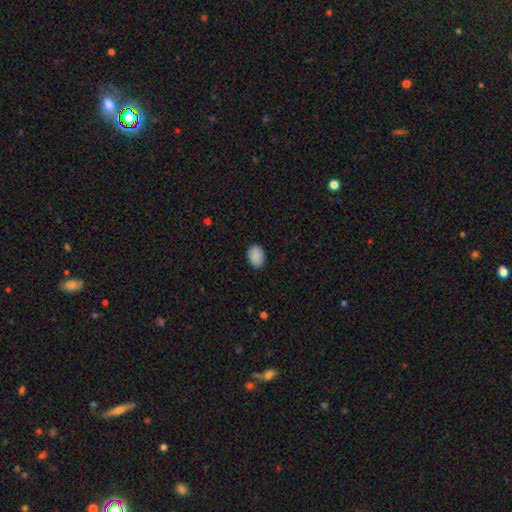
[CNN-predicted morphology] smooth 90%, star or artifact 7%, featured or disk 3%. Down the decision tree: how rounded — in between (75%); merging — none (88%).